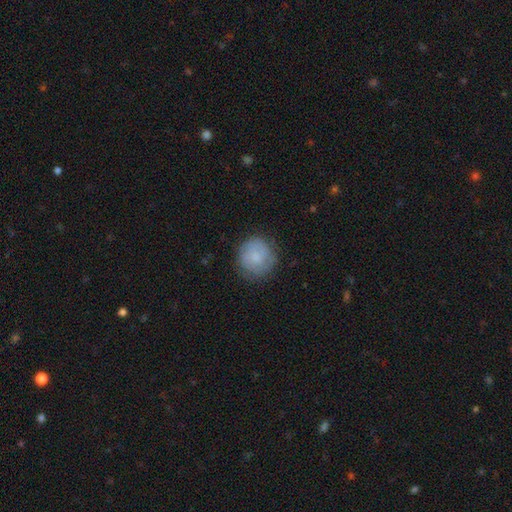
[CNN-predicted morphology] This is likely a smooth galaxy (61%). How rounded: clearly round (91%). Merging: clearly none (80%).